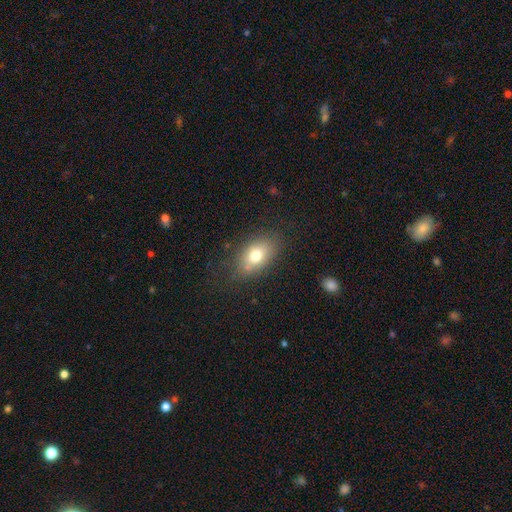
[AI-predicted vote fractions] Smooth or featured? smooth (73%)
How rounded? in between (83%)
Merging? none (76%)